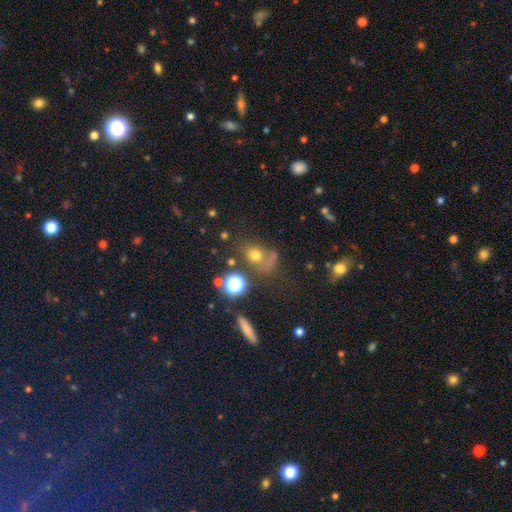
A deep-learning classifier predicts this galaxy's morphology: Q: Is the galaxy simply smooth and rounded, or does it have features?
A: smooth — 62%.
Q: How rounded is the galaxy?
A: round — 64%.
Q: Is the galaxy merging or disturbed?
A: none — 50%.